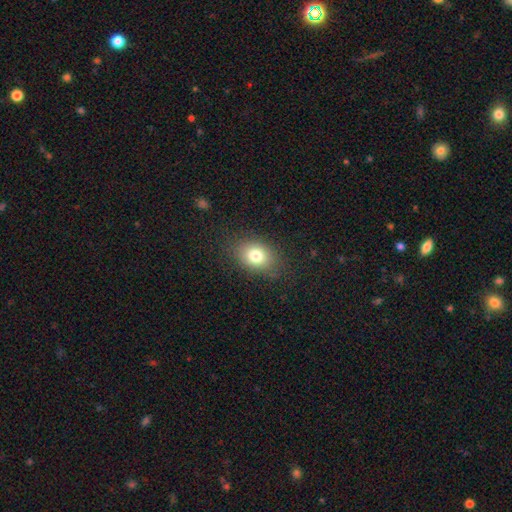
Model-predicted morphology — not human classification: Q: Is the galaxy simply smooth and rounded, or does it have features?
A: smooth — 79%.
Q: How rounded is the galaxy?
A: in between — 68%.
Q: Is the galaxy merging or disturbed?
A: none — 82%.